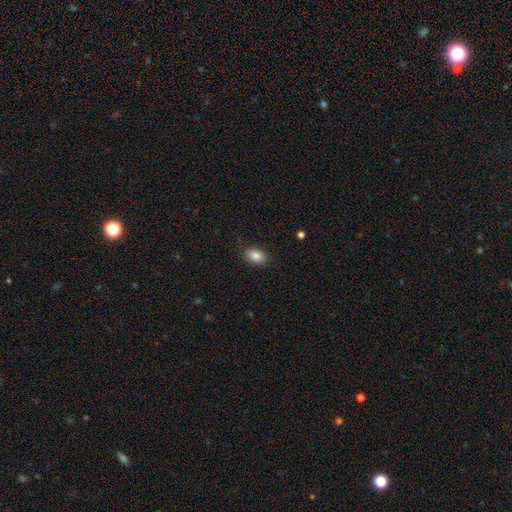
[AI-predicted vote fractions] smooth-or-featured: smooth: 86% | star or artifact: 8% | featured or disk: 6%
  how-rounded: in between: 84% | round: 14% | cigar-shaped: 1%
  merging: none: 82% | minor disturbance: 14% | major disturbance: 3% | merger: 1%